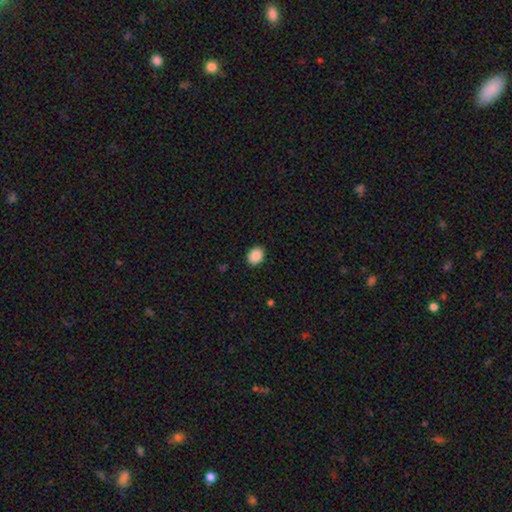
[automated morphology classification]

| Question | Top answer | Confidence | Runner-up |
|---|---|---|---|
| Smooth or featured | smooth | 89% | star or artifact (8%) |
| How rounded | in between | 58% | round (41%) |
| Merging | none | 90% | minor disturbance (7%) |